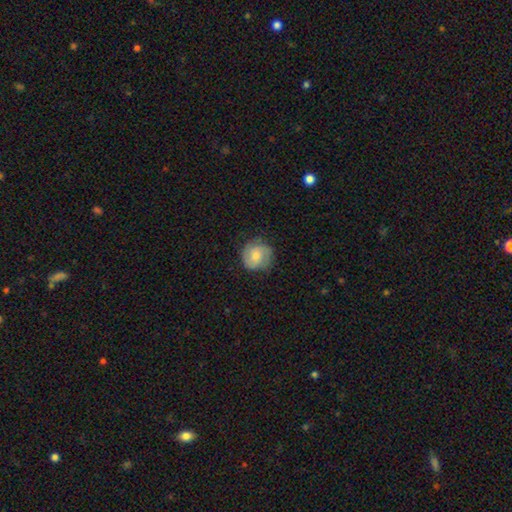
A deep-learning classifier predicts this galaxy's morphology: Overall: smooth (56%; featured or disk 37%). How rounded: round (88%). Merging: none (77%).